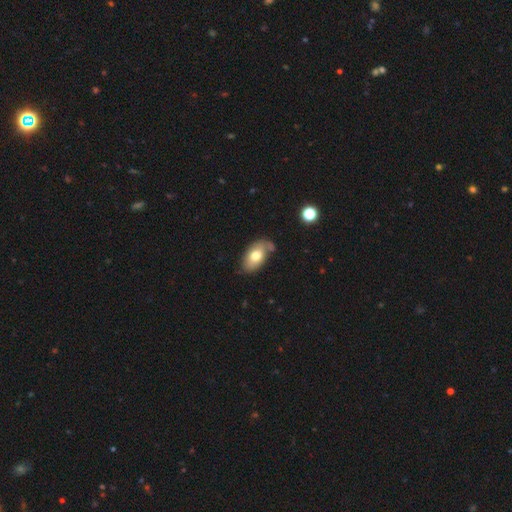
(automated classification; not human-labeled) Q: Smooth or featured?
A: smooth (71%); runner-up: featured or disk (22%)
Q: How rounded?
A: in between (92%); runner-up: round (6%)
Q: Merging?
A: none (61%); runner-up: minor disturbance (24%)